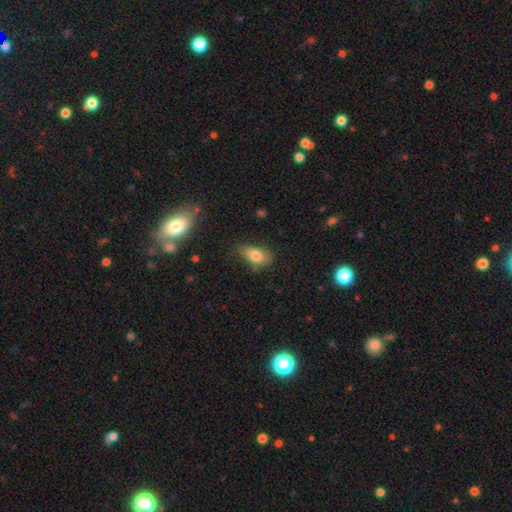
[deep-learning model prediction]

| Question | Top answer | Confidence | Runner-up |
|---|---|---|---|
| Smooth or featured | smooth | 79% | featured or disk (12%) |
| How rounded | in between | 86% | round (10%) |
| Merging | none | 52% | minor disturbance (33%) |